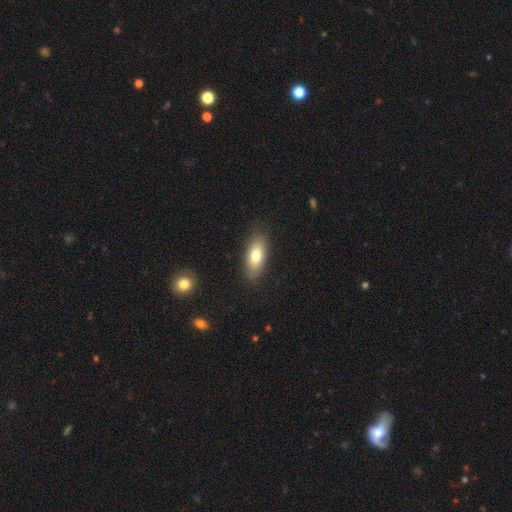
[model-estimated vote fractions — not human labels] Q: Smooth or featured?
A: smooth (75%); runner-up: featured or disk (18%)
Q: How rounded?
A: in between (79%); runner-up: cigar-shaped (18%)
Q: Merging?
A: none (85%); runner-up: minor disturbance (11%)